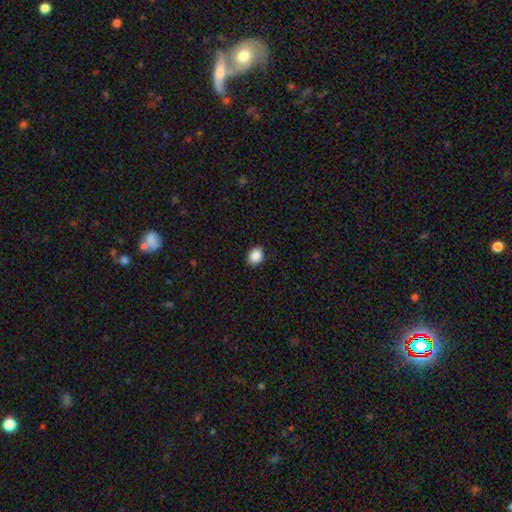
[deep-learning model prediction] Overall: smooth (88%). How rounded: round (50%; in between 49%). Merging: none (89%).